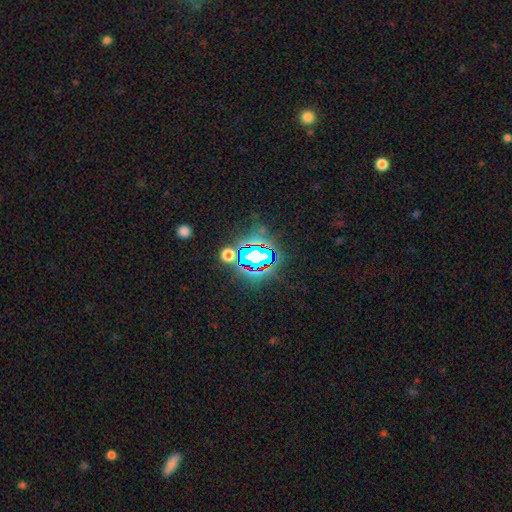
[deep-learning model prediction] smooth_or_featured: star or artifact (p=0.71) [alt: smooth p=0.17]